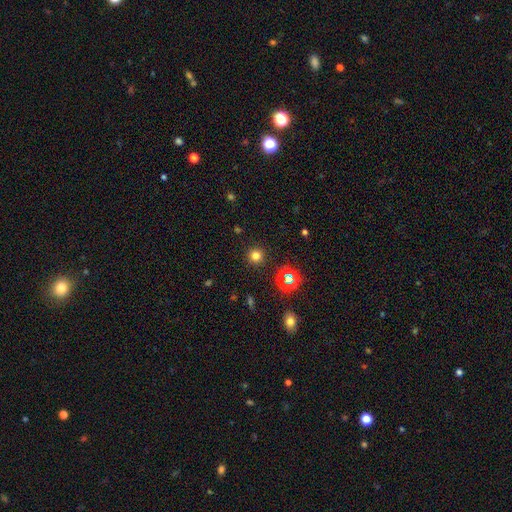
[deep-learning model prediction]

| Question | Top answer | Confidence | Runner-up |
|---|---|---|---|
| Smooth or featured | smooth | 73% | star or artifact (21%) |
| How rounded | round | 95% | in between (4%) |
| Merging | none | 91% | minor disturbance (5%) |